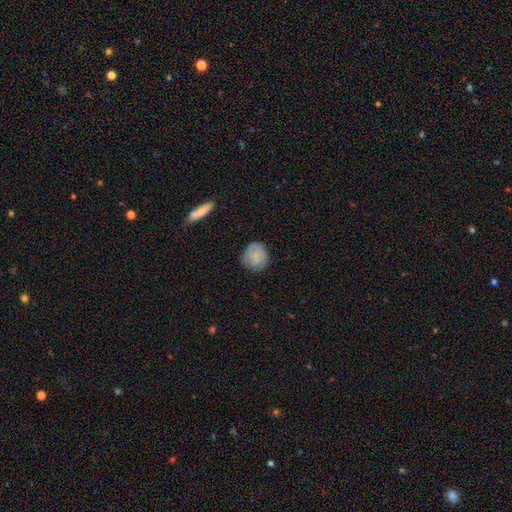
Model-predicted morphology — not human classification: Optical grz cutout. It shows a smooth galaxy with no disk features (67%) that is round (81%). Merging: none (75%).